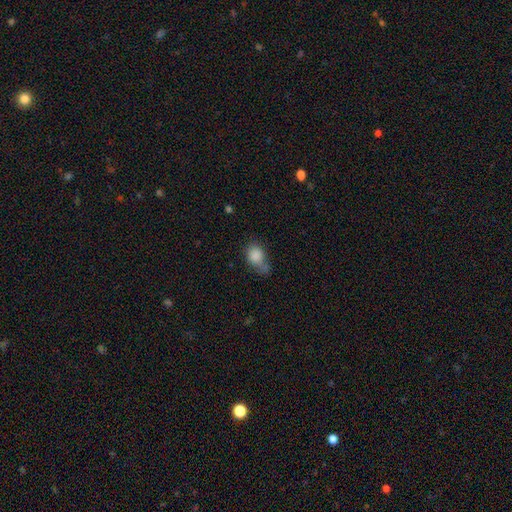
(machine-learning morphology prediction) This appears to be a smooth galaxy with no disk features (84%) that is in between round and cigar-shaped (55%). Merging: none (38%).